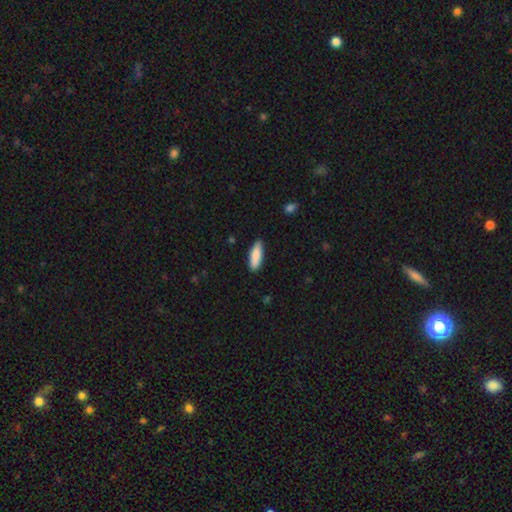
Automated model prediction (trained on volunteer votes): smooth_or_featured: smooth (p=0.85) [alt: featured or disk p=0.10]
how_rounded: in between (p=0.53) [alt: cigar-shaped p=0.46]
merging: none (p=0.87) [alt: minor disturbance p=0.10]